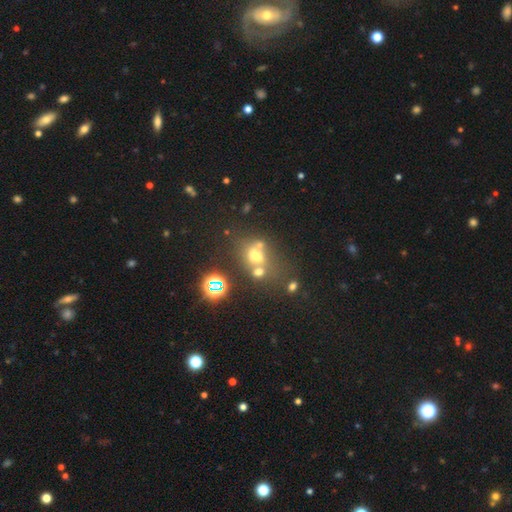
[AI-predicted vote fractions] Smooth or featured: smooth — 51% (star or artifact — 28%)
How rounded: round — 53% (in between — 45%)
Merging: none — 41% (merger — 38%)